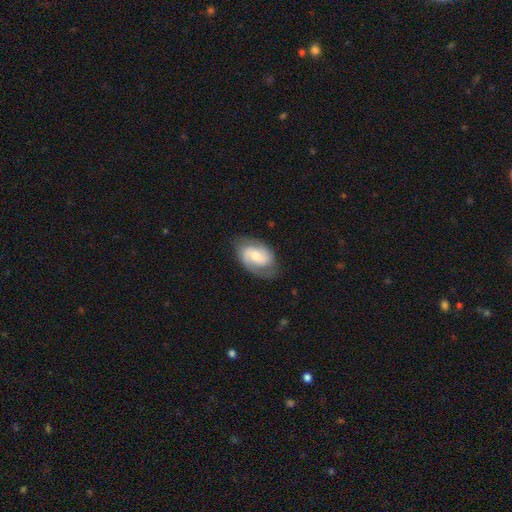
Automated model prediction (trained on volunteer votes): This appears to be a featured or disk galaxy (74%) with no bar (44%), 2 (81%) medium (46%) spiral arms (92%) and a moderate central bulge (57%). Merging: none (76%).